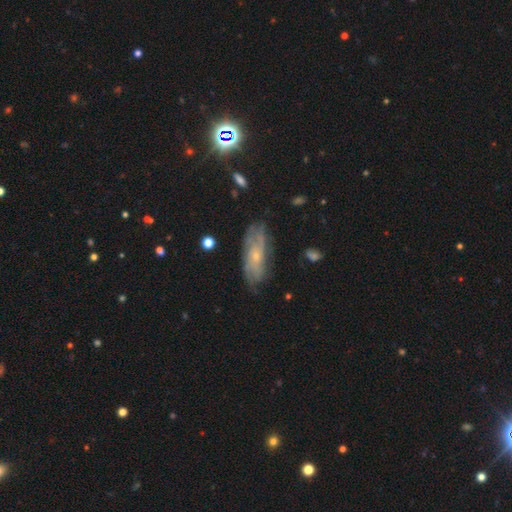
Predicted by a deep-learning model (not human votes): This is possibly a featured or disk galaxy (60%). It is clearly not viewed edge-on (83%). Merging: likely none (71%).